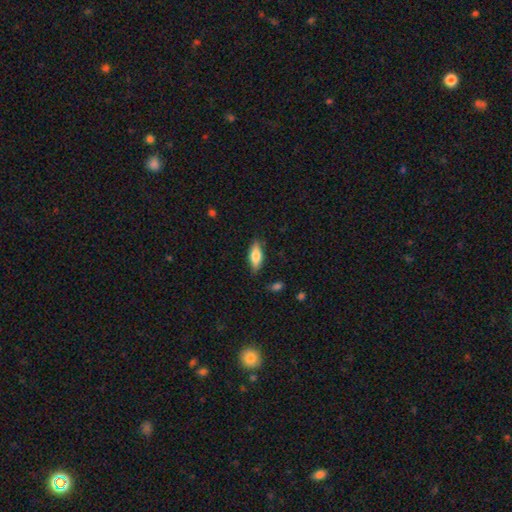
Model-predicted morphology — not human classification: Smooth or featured? Predicted: smooth (p=0.73). How rounded? Predicted: in between (p=0.72). Merging? Predicted: none (p=0.82).